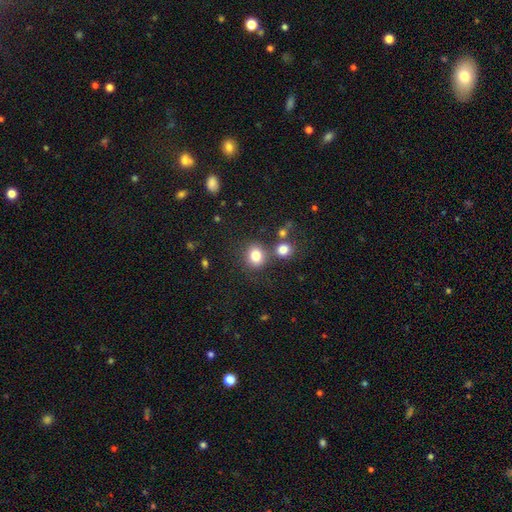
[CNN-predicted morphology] smooth 81%, star or artifact 11%, featured or disk 7%. Down the decision tree: how rounded — round (71%); merging — none (67%).